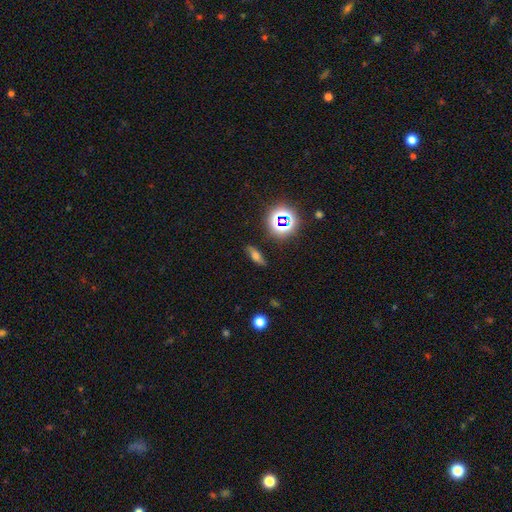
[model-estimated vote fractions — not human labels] Smooth or featured?
  - smooth: 53% *
  - featured or disk: 27%
  - star or artifact: 20%
How rounded?
  - in between: 50% *
  - cigar-shaped: 40%
  - round: 10%
Merging?
  - none: 82% *
  - minor disturbance: 13%
  - major disturbance: 3%
  - merger: 2%